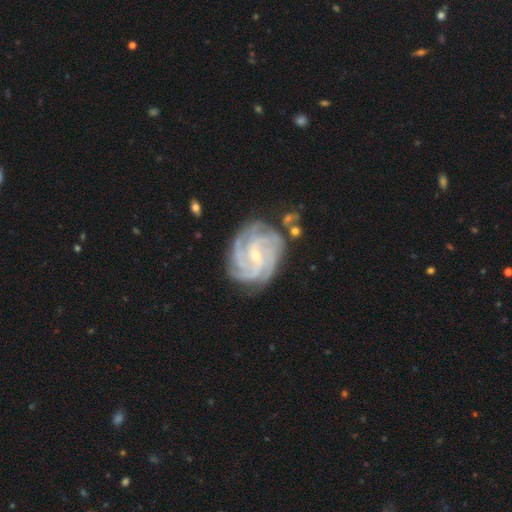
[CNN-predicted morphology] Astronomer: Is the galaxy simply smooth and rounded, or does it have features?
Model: featured or disk — 91%.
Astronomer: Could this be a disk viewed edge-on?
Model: no — 98%.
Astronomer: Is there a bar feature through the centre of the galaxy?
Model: no — 46% (runner-up: weak, 41%).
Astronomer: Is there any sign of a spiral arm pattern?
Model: yes — 98%.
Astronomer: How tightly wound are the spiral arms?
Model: tight — 67%.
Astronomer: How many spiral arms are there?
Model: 4 — 43%.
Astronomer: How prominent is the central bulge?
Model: small — 72%.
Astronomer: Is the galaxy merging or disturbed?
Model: none — 75%.